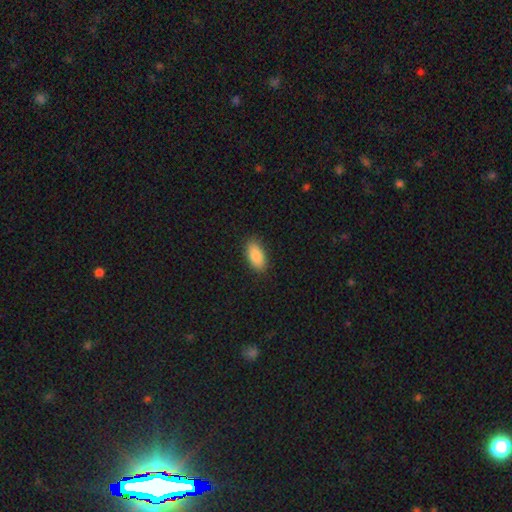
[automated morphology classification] This appears to be a smooth galaxy with no disk features (87%) that is in between round and cigar-shaped (92%). Merging: none (87%).